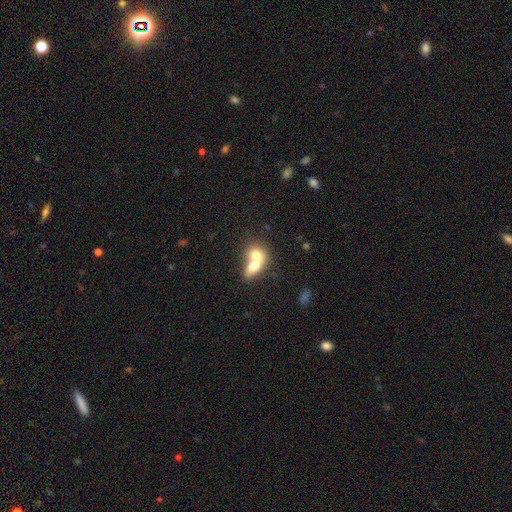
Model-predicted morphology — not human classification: Smooth or featured? Predicted: smooth (p=0.68). How rounded? Predicted: in between (p=0.55). Merging? Predicted: merger (p=0.77).